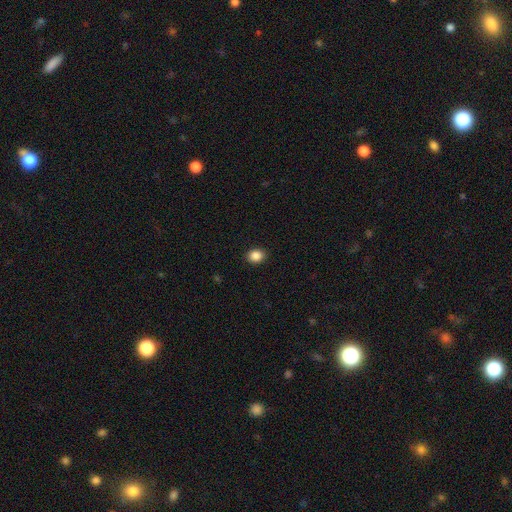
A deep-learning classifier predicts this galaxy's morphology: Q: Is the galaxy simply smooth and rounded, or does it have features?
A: smooth — 87%.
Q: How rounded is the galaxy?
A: round — 54%.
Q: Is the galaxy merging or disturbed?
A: none — 91%.